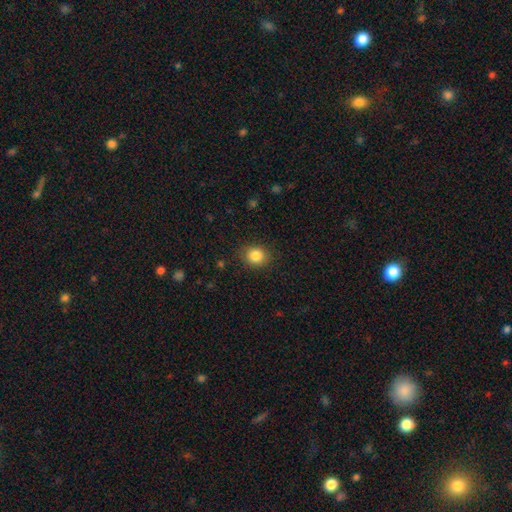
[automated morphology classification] smooth 85%, star or artifact 10%, featured or disk 5%. Down the decision tree: how rounded — round (70%); merging — none (86%).